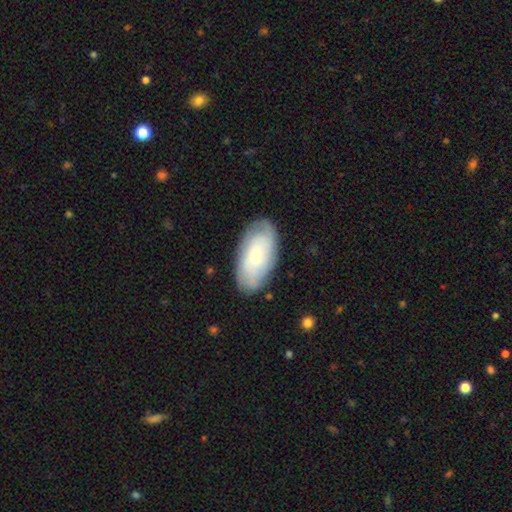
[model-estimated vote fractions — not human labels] smooth 52%, featured or disk 41%, star or artifact 7%. Down the decision tree: how rounded — in between (93%); merging — none (80%).